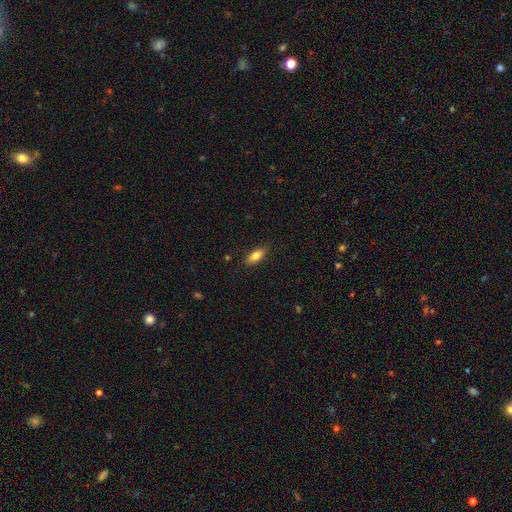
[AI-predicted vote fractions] Overall: smooth (83%). How rounded: in between (83%). Merging: none (86%).